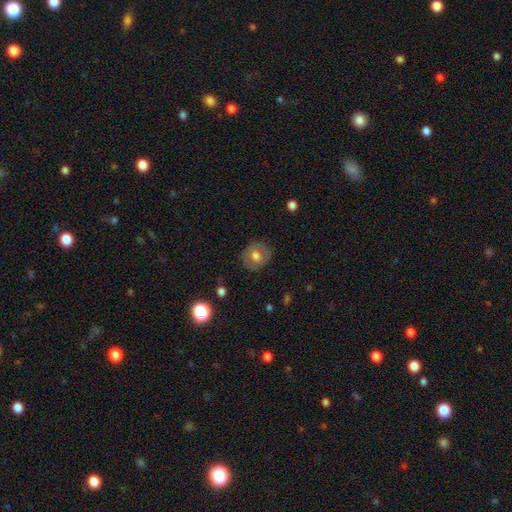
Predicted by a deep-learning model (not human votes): smooth 64%, featured or disk 27%, star or artifact 9%. Down the decision tree: how rounded — round (77%); merging — none (83%).